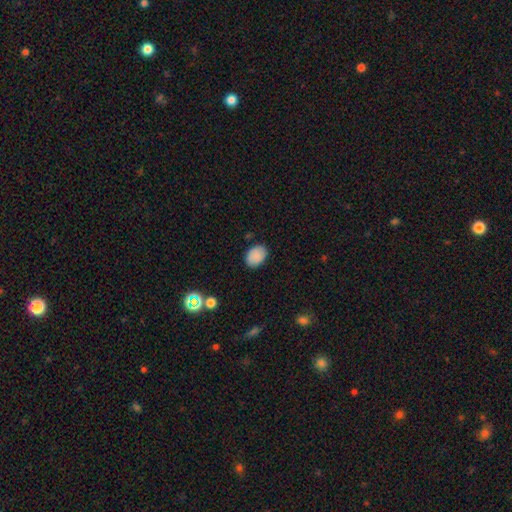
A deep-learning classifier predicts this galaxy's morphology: smooth 87%, star or artifact 8%, featured or disk 4%. Down the decision tree: how rounded — in between (77%); merging — none (85%).